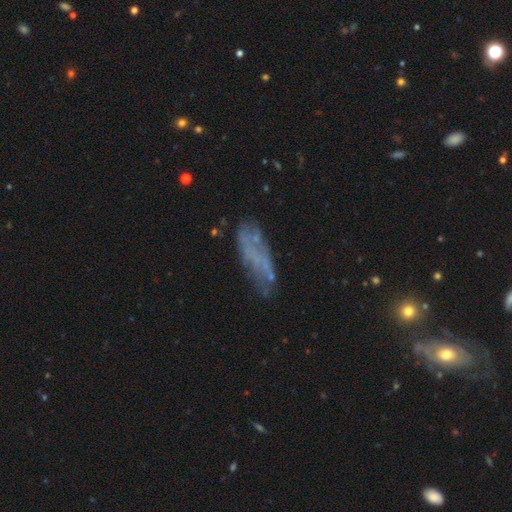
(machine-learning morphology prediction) A featured or disk galaxy (46%).

Vote fractions:
- Smooth or featured? featured or disk: 46% / smooth: 38% / star or artifact: 15%
- Merging? none: 53% / minor disturbance: 26% / major disturbance: 17% / merger: 4%